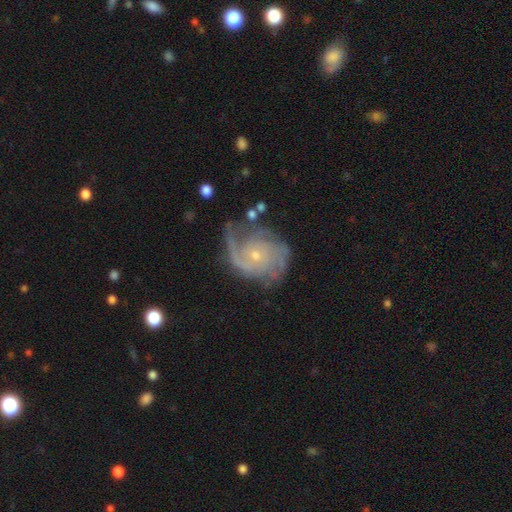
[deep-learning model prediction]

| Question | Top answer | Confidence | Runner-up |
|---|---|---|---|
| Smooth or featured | featured or disk | 87% | smooth (7%) |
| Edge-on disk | no | 98% | yes (2%) |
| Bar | no | 76% | weak (21%) |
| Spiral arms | yes | 96% | no (4%) |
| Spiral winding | tight | 45% | medium (41%) |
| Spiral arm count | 2 | 39% | 3 (21%) |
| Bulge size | small | 77% | moderate (20%) |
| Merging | none | 62% | minor disturbance (22%) |